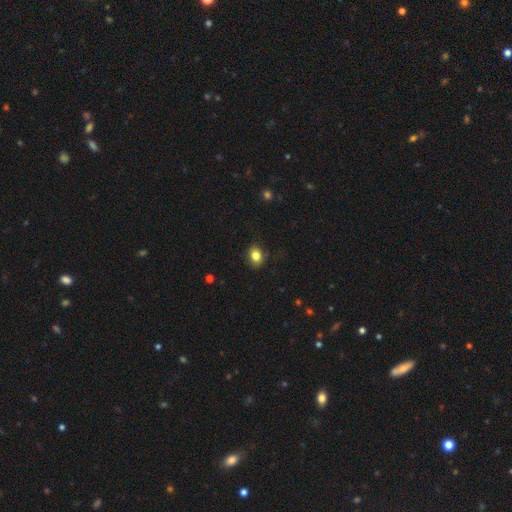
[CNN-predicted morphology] Smooth or featured? Predicted: smooth (p=0.82). How rounded? Predicted: in between (p=0.58). Merging? Predicted: none (p=0.81).